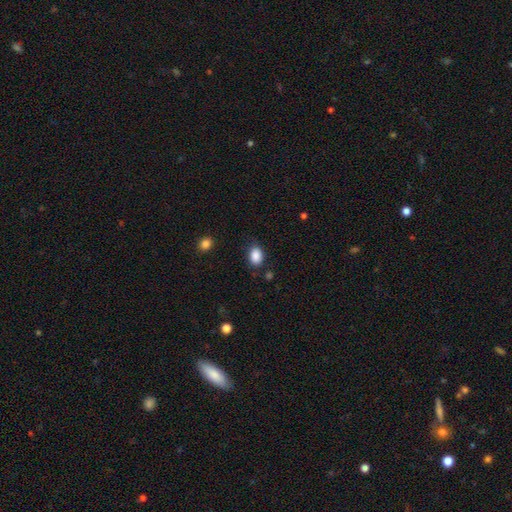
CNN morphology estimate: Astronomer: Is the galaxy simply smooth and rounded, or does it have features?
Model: smooth — 88%.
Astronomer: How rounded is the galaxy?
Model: in between — 78%.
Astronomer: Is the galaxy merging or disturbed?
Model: none — 80%.